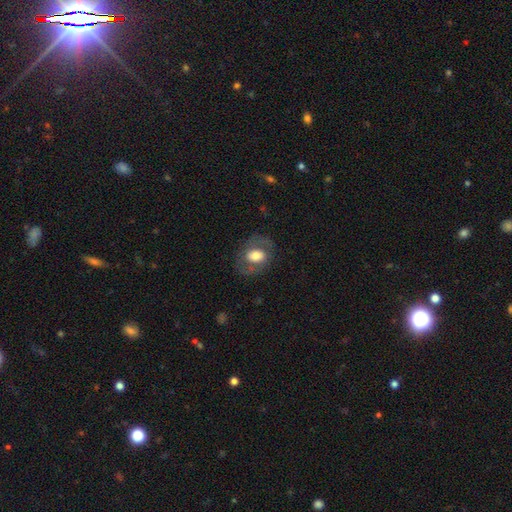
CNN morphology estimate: Smooth or featured? smooth (54%)
How rounded? in between (64%)
Merging? none (72%)